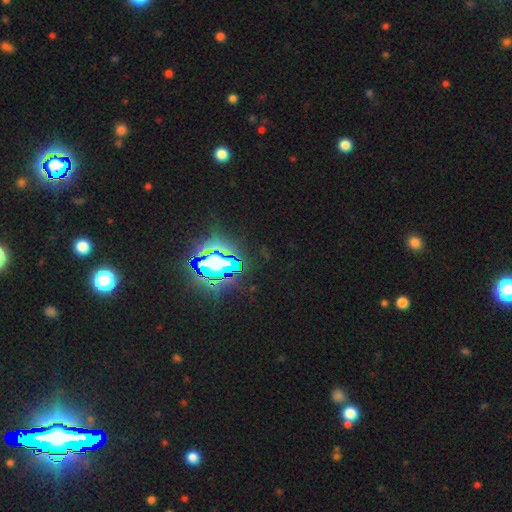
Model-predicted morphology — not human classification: Q: Smooth or featured?
A: star or artifact (81%); runner-up: smooth (11%)